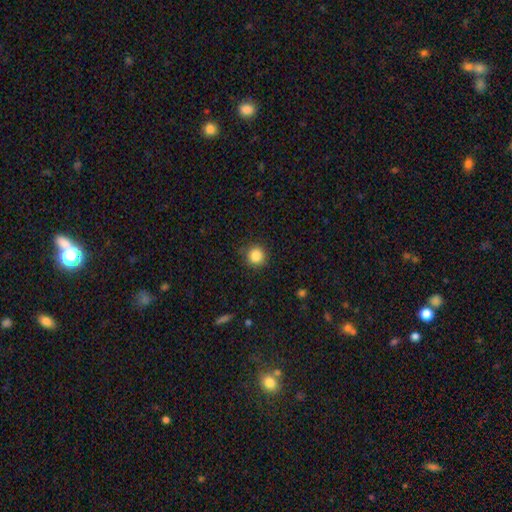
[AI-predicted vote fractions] Smooth or featured? Predicted: smooth (p=0.86). How rounded? Predicted: round (p=0.93). Merging? Predicted: none (p=0.89).